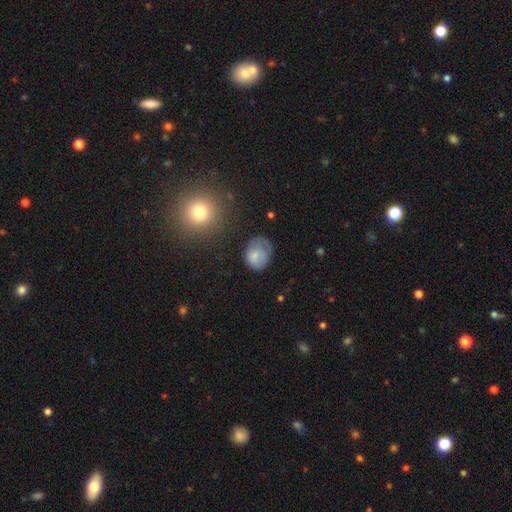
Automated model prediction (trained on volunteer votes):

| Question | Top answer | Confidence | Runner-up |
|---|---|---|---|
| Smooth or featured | smooth | 72% | featured or disk (18%) |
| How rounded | round | 55% | in between (44%) |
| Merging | none | 51% | minor disturbance (31%) |